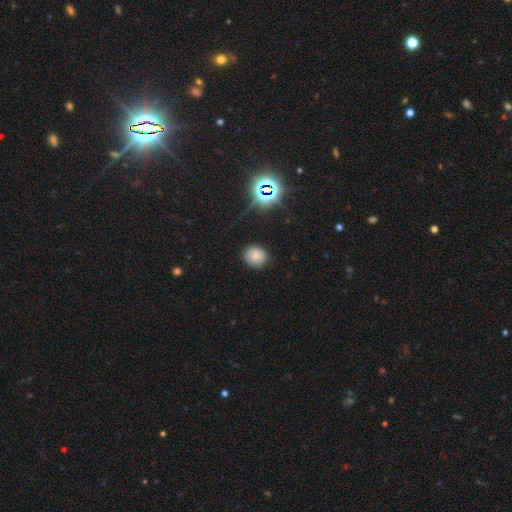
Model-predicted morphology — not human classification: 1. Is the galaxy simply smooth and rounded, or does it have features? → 75% smooth, 17% star or artifact, 8% featured or disk.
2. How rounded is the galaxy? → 82% round, 17% in between, 1% cigar-shaped.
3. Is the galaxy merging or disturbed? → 87% none, 9% minor disturbance, 3% major disturbance, 1% merger.